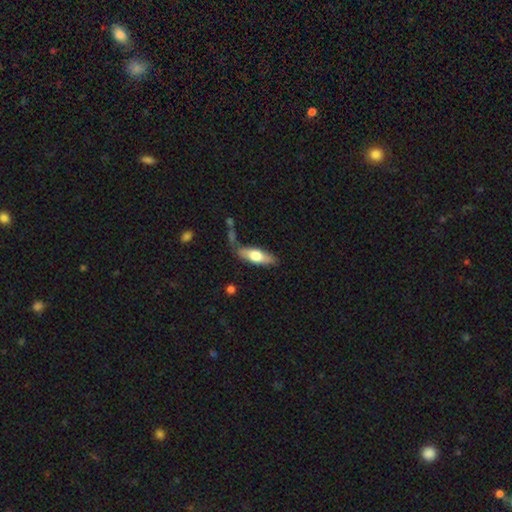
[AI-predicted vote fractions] Q: Smooth or featured?
A: smooth (59%); runner-up: featured or disk (36%)
Q: How rounded?
A: in between (54%); runner-up: cigar-shaped (43%)
Q: Merging?
A: none (64%); runner-up: minor disturbance (20%)